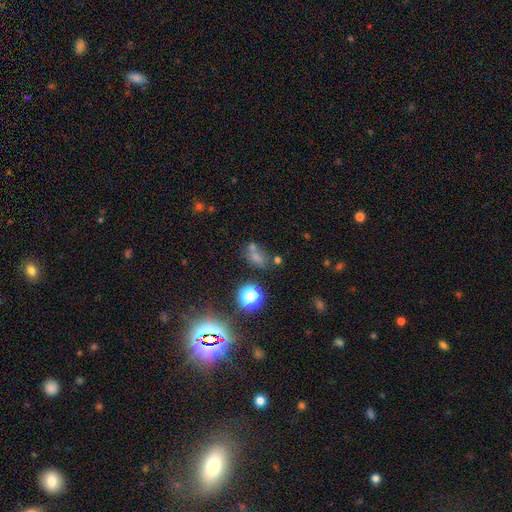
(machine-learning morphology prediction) smooth_or_featured: smooth (p=0.60) [alt: star or artifact p=0.28]
how_rounded: in between (p=0.65) [alt: round p=0.32]
merging: none (p=0.49) [alt: merger p=0.28]